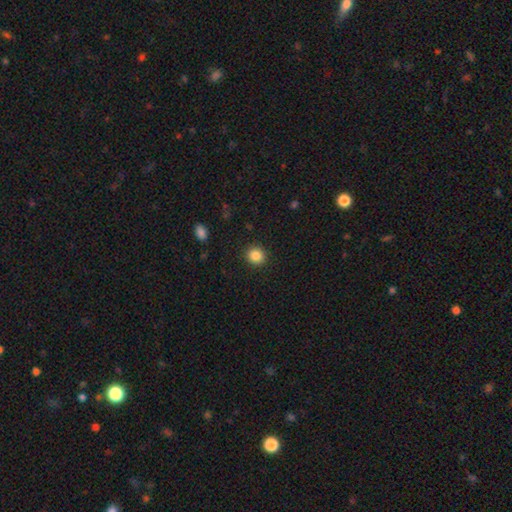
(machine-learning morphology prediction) smooth_or_featured: smooth (p=0.85) [alt: star or artifact p=0.10]
how_rounded: round (p=0.86) [alt: in between p=0.14]
merging: none (p=0.91) [alt: minor disturbance p=0.06]